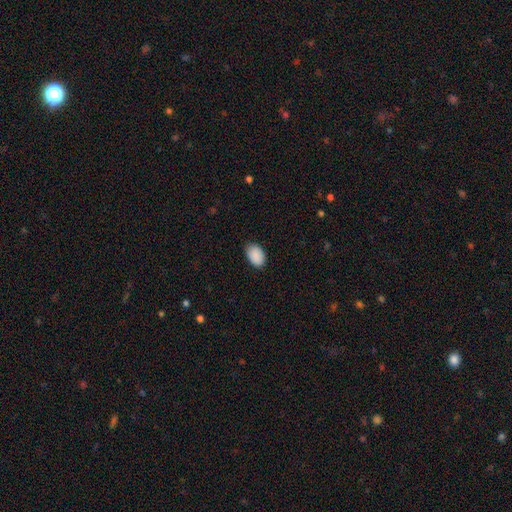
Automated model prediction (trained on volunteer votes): This appears to be a smooth galaxy with no disk features (91%) that is in between round and cigar-shaped (90%). Merging: none (84%).